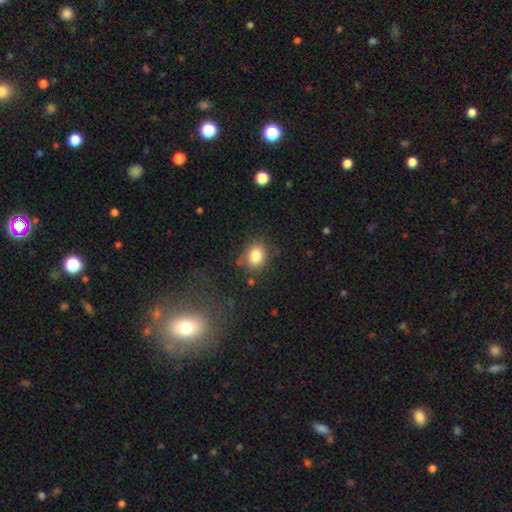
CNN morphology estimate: Overall: smooth (83%). How rounded: round (61%; in between 38%). Merging: none (75%).